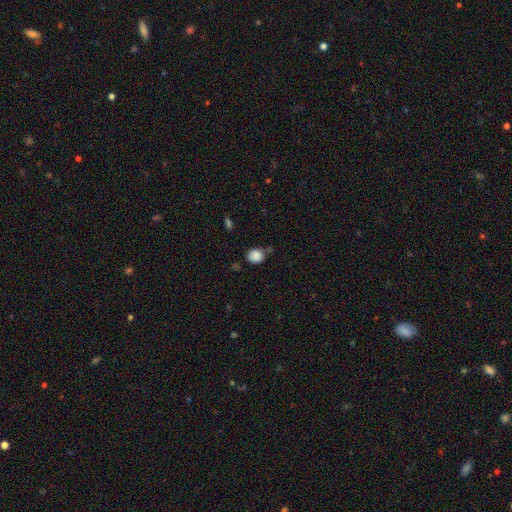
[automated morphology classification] A smooth galaxy with no disk features (86%) that is round (75%). Merging: none (68%).